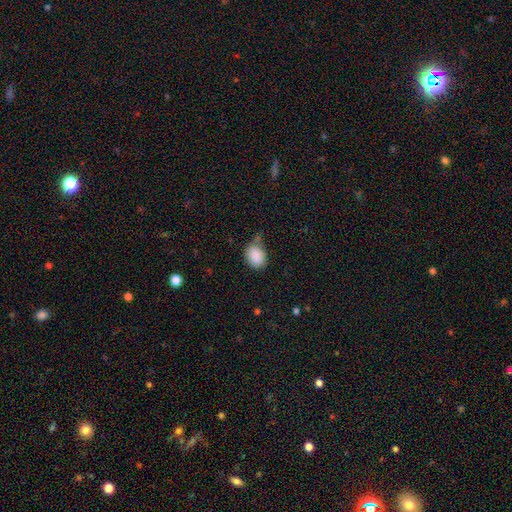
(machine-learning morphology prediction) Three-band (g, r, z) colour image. It shows a smooth galaxy with no disk features (88%) that is in between round and cigar-shaped (59%). Merging: none (51%).